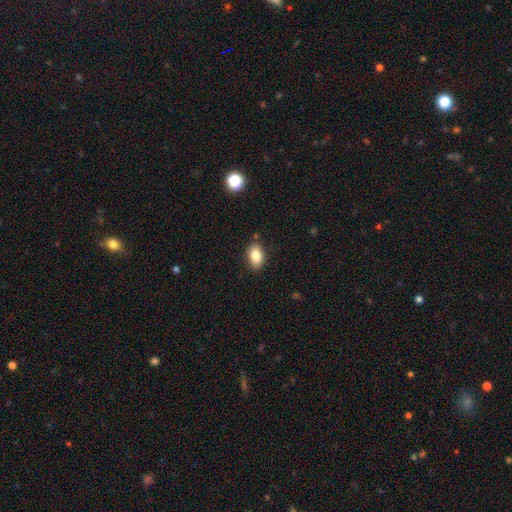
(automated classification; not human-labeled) Smooth or featured? smooth (83%)
How rounded? in between (88%)
Merging? none (85%)